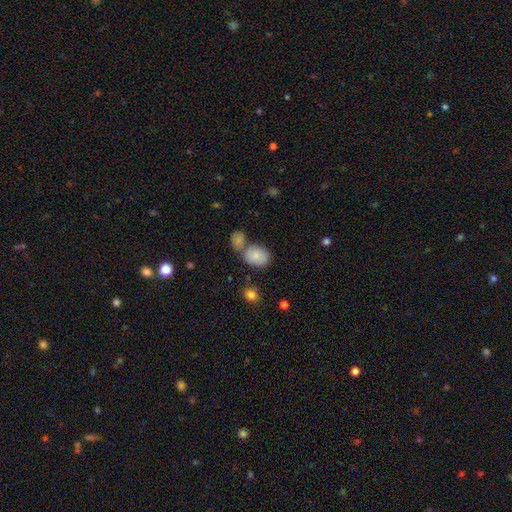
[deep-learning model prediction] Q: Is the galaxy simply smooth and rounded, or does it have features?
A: smooth — 84%.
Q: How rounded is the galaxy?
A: in between — 71%.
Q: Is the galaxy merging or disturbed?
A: none — 46%.